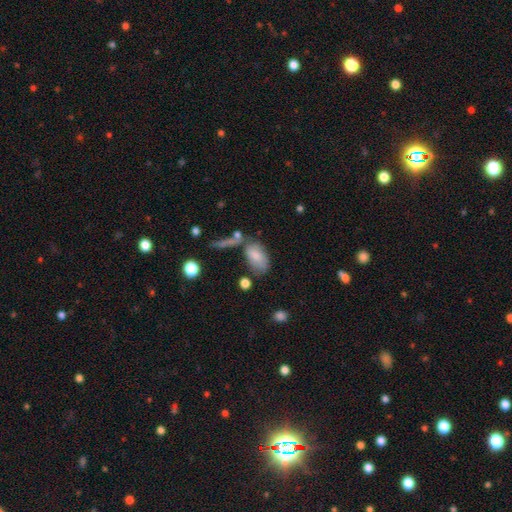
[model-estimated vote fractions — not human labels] Q: Smooth or featured?
A: smooth (78%); runner-up: featured or disk (15%)
Q: How rounded?
A: in between (92%); runner-up: round (5%)
Q: Merging?
A: none (49%); runner-up: minor disturbance (22%)